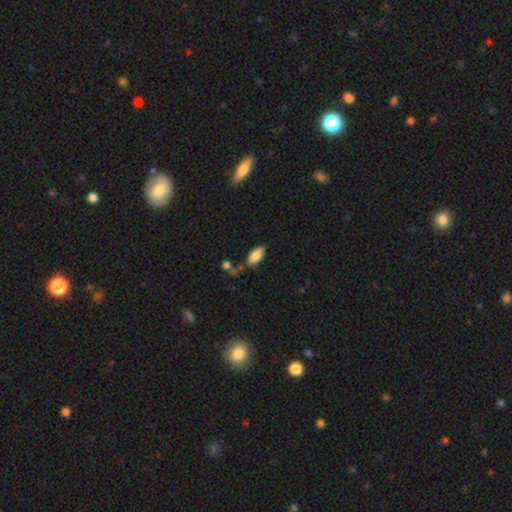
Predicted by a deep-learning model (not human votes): Q: Smooth or featured?
A: smooth (83%); runner-up: featured or disk (10%)
Q: How rounded?
A: in between (89%); runner-up: cigar-shaped (9%)
Q: Merging?
A: none (67%); runner-up: minor disturbance (21%)